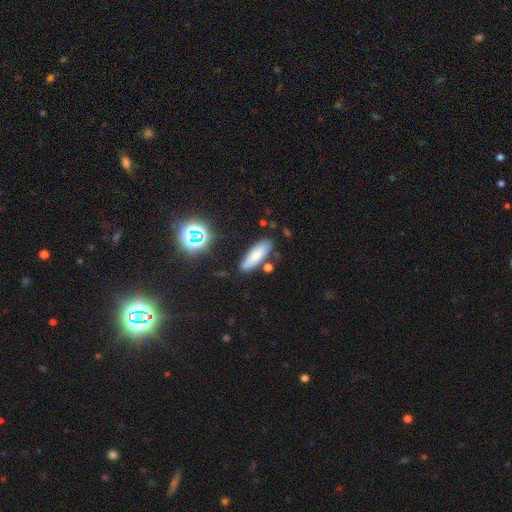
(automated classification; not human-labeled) The model was most divided on "how rounded": in between: 56%, cigar-shaped: 42%, round: 3%. More confident: merging — none (79%); smooth or featured — smooth (77%).